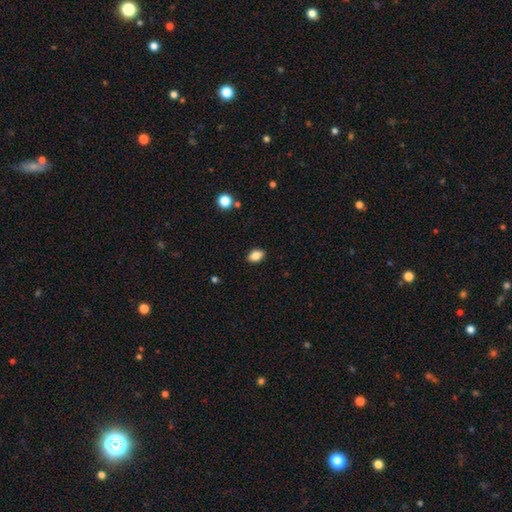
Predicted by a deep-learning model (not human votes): smooth-or-featured: smooth: 85% | star or artifact: 9% | featured or disk: 6%
  how-rounded: in between: 83% | round: 16% | cigar-shaped: 2%
  merging: none: 88% | minor disturbance: 9% | major disturbance: 2% | merger: 1%